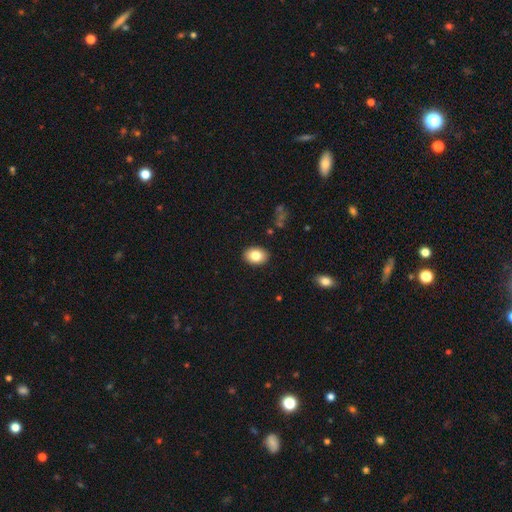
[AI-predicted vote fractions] smooth-or-featured: smooth: 82% | featured or disk: 10% | star or artifact: 8%
  how-rounded: in between: 75% | round: 24% | cigar-shaped: 1%
  merging: none: 89% | minor disturbance: 8% | major disturbance: 2% | merger: 1%